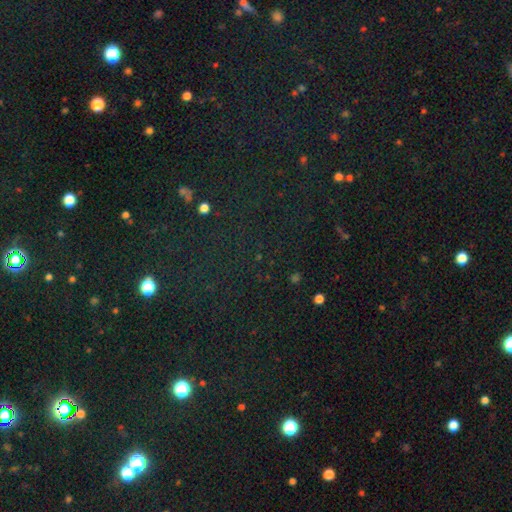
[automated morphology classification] Overall: star or artifact (74%).